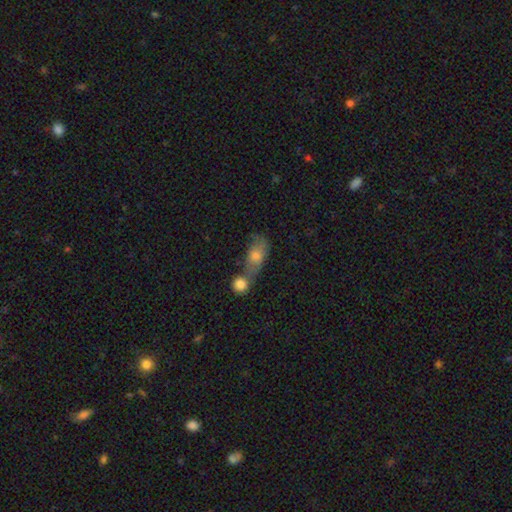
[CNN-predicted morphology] Smooth or featured? smooth (70%)
How rounded? in between (75%)
Merging? merger (58%)